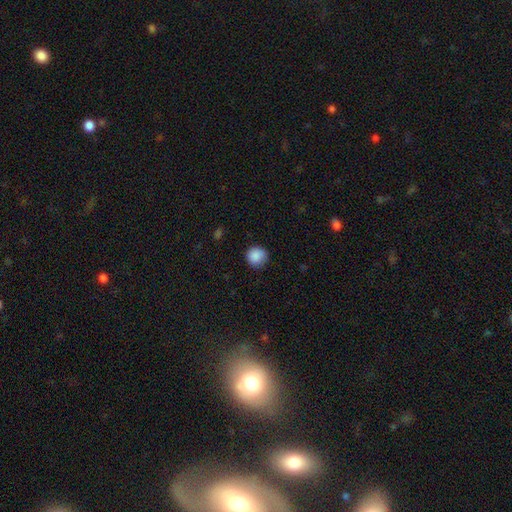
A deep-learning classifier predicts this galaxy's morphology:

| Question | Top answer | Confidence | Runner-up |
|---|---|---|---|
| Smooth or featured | smooth | 88% | star or artifact (9%) |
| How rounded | round | 94% | in between (5%) |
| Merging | none | 86% | minor disturbance (11%) |